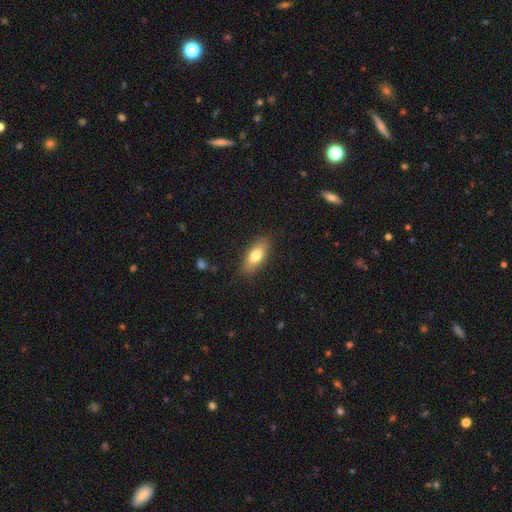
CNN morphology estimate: smooth 76%, featured or disk 18%, star or artifact 7%. Down the decision tree: how rounded — in between (80%); merging — none (84%).